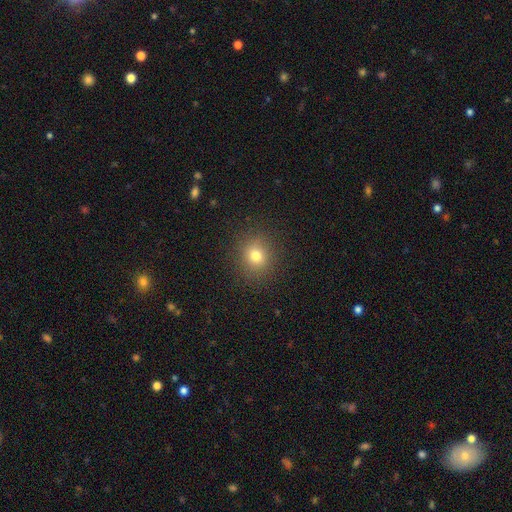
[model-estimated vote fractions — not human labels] This is likely a smooth galaxy (76%). How rounded: clearly round (84%). Merging: clearly none (88%).